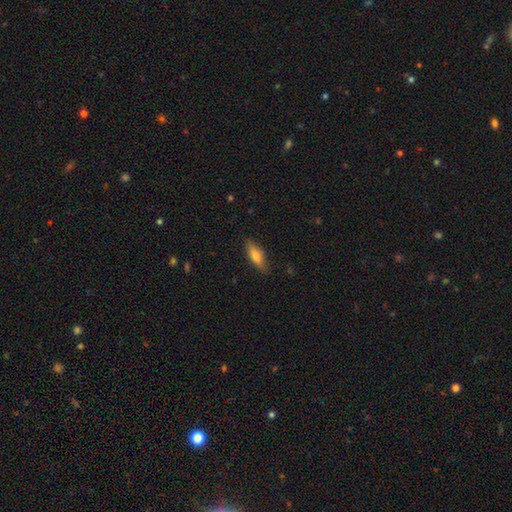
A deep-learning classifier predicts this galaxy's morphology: Overall: smooth (72%). How rounded: in between (55%; cigar-shaped 43%). Merging: none (83%).